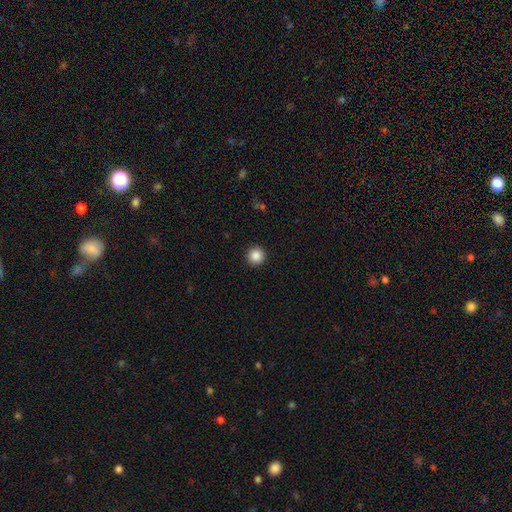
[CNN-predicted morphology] Q: Smooth or featured?
A: smooth (87%); runner-up: star or artifact (10%)
Q: How rounded?
A: round (95%); runner-up: in between (4%)
Q: Merging?
A: none (93%); runner-up: minor disturbance (5%)